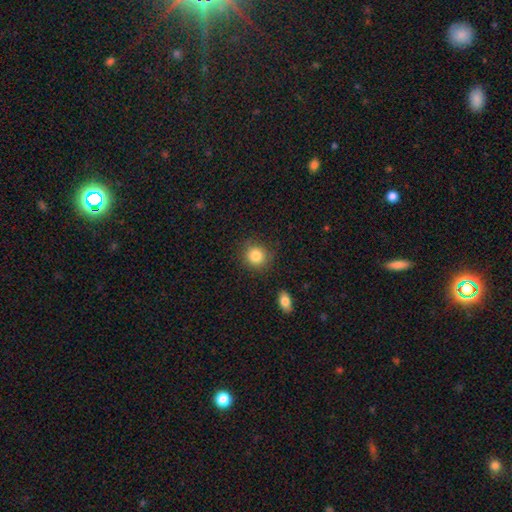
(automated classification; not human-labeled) smooth_or_featured: smooth (p=0.85) [alt: star or artifact p=0.09]
how_rounded: round (p=0.87) [alt: in between p=0.12]
merging: none (p=0.83) [alt: minor disturbance p=0.11]